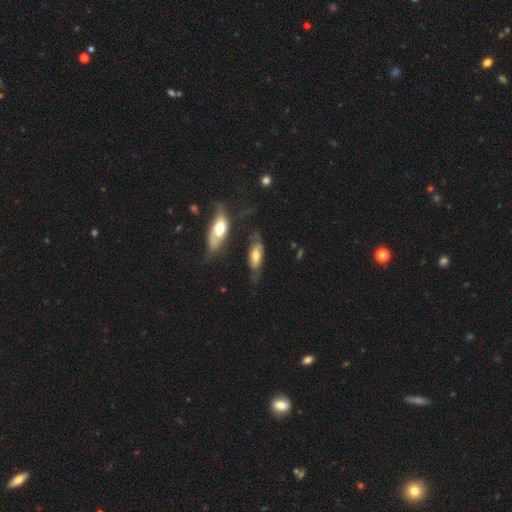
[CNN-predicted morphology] A smooth galaxy with no disk features (48%).

Vote fractions:
- Smooth or featured? smooth: 48% / featured or disk: 45% / star or artifact: 7%
- Merging? none: 55% / minor disturbance: 25% / major disturbance: 13% / merger: 7%